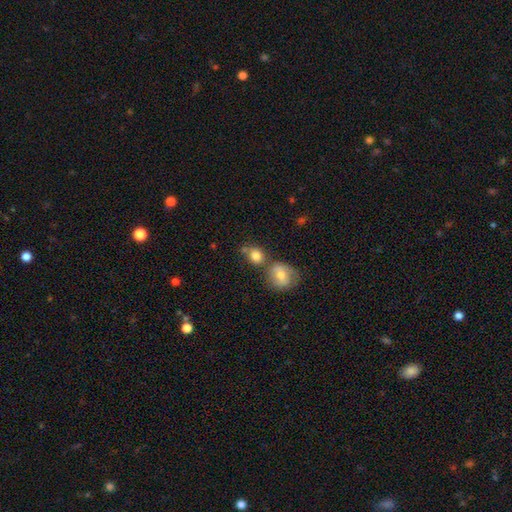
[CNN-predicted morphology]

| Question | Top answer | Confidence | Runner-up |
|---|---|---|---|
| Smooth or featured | smooth | 82% | featured or disk (10%) |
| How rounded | round | 64% | in between (35%) |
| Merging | none | 52% | merger (30%) |